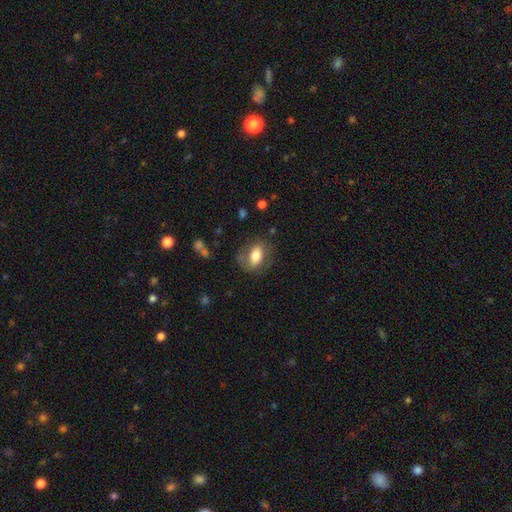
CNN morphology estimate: The model was most divided on "smooth or featured": smooth: 67%, featured or disk: 26%, star or artifact: 7%. More confident: how rounded — in between (79%); merging — none (71%).